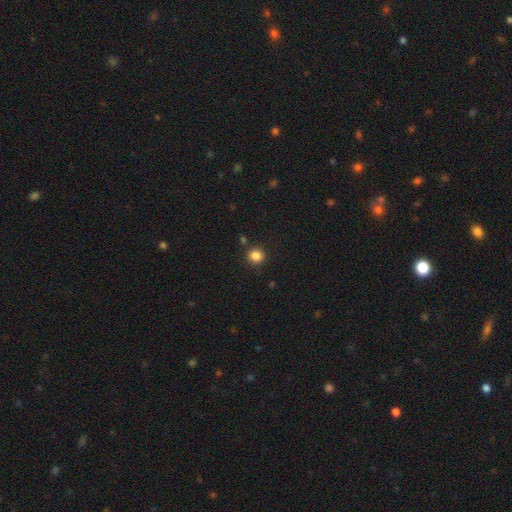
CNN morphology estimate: This is clearly a smooth galaxy (84%). How rounded: clearly round (89%). Merging: clearly none (87%).